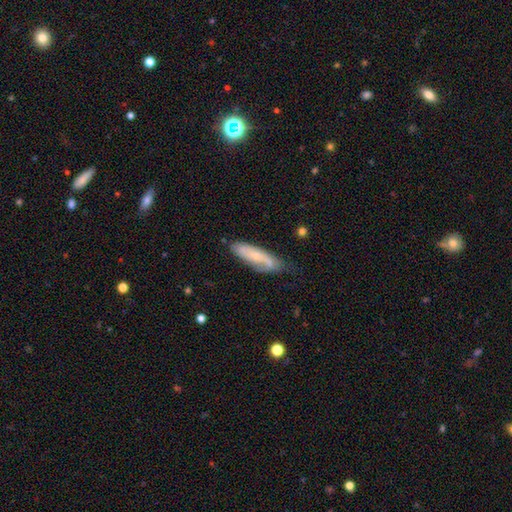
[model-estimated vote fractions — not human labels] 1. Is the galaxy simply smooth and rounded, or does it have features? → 49% smooth, 44% featured or disk, 7% star or artifact.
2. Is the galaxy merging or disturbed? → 59% none, 29% minor disturbance, 8% major disturbance, 4% merger.